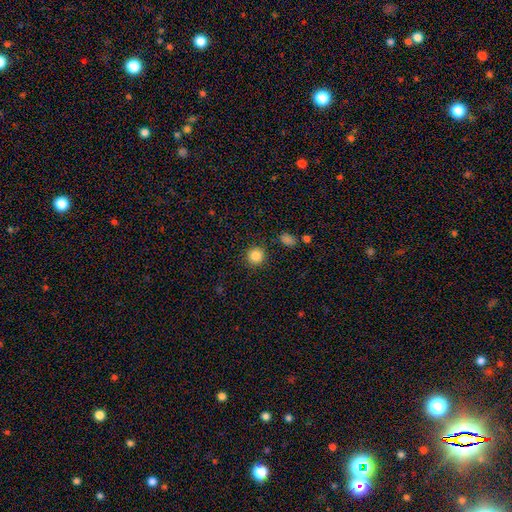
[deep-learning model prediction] smooth-or-featured: smooth: 86% | star or artifact: 10% | featured or disk: 4%
  how-rounded: round: 92% | in between: 7% | cigar-shaped: 1%
  merging: none: 88% | minor disturbance: 7% | major disturbance: 3% | merger: 2%